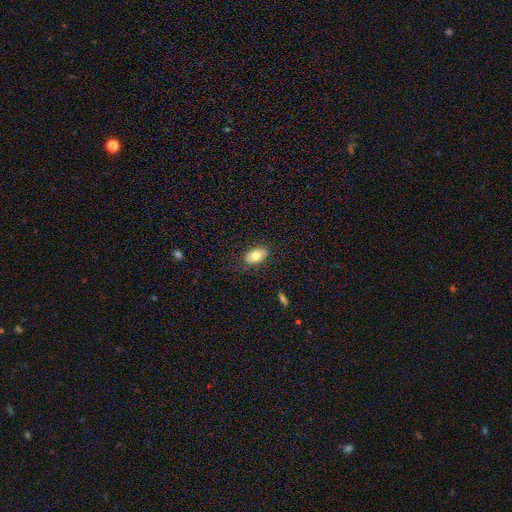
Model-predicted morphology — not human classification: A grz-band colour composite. It shows a smooth galaxy with no disk features (79%) that is in between round and cigar-shaped (91%). Merging: none (84%).